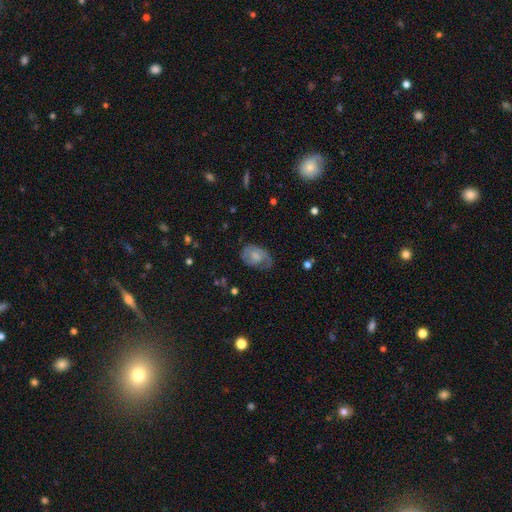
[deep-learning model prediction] Smooth or featured?
  - featured or disk: 57% *
  - smooth: 35%
  - star or artifact: 8%
Edge-on disk?
  - no: 96% *
  - yes: 4%
Bar?
  - no: 62% *
  - weak: 33%
  - strong: 5%
Spiral arms?
  - yes: 79% *
  - no: 21%
Bulge size?
  - small: 32% * (tied)
  - moderate: 32% * (tied)
  - none: 25%
  - large: 10%
  - dominant: 2%
Merging?
  - none: 50% *
  - minor disturbance: 28%
  - major disturbance: 20%
  - merger: 2%